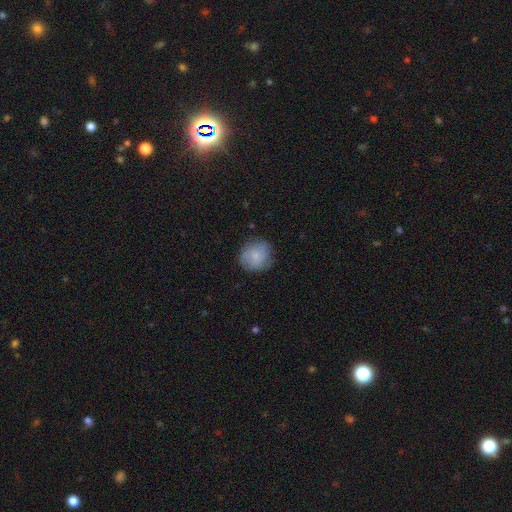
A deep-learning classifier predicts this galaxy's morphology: type=smooth (75%); roundness=round (85%); merging=none (77%).